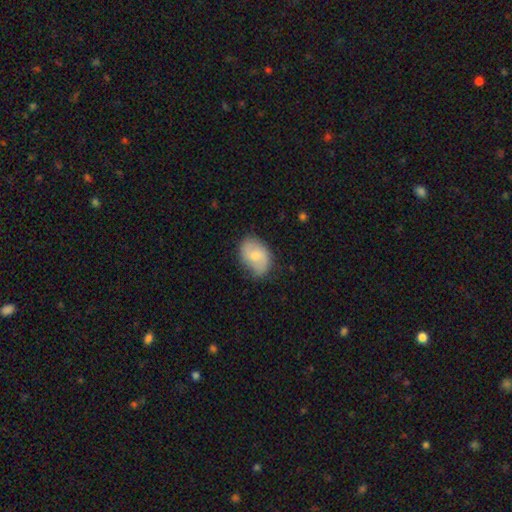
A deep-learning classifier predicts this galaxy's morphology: A smooth galaxy with no disk features (54%) that is in between round and cigar-shaped (79%). Merging: none (70%).